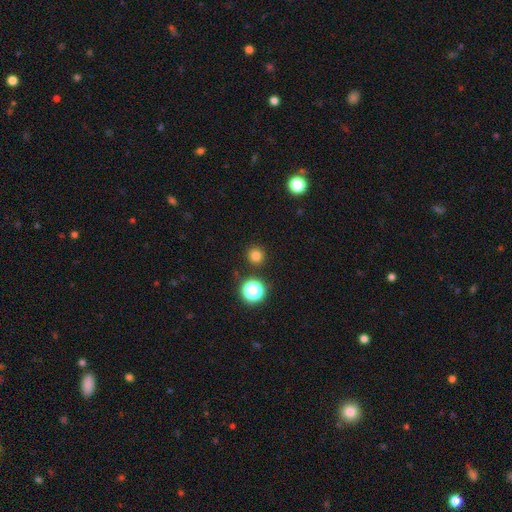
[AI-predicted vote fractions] Smooth or featured?
  - smooth: 78% *
  - star or artifact: 17%
  - featured or disk: 5%
How rounded?
  - round: 95% *
  - in between: 4%
  - cigar-shaped: 1%
Merging?
  - none: 90% *
  - minor disturbance: 6%
  - merger: 2%
  - major disturbance: 2%